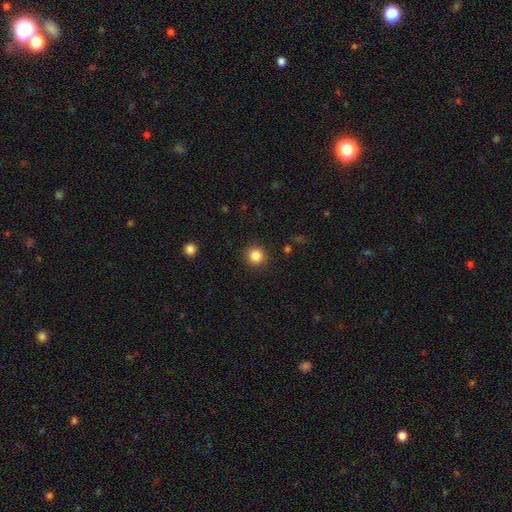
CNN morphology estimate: type=smooth (84%); roundness=round (93%); merging=none (91%).